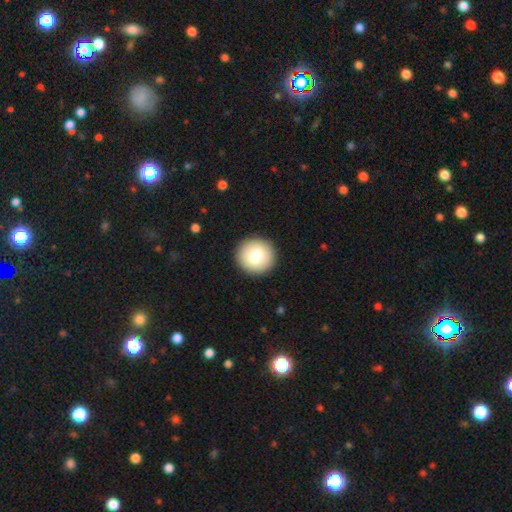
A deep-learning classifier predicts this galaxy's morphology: Q: Smooth or featured?
A: smooth (79%); runner-up: featured or disk (13%)
Q: How rounded?
A: round (95%); runner-up: in between (4%)
Q: Merging?
A: none (93%); runner-up: minor disturbance (5%)